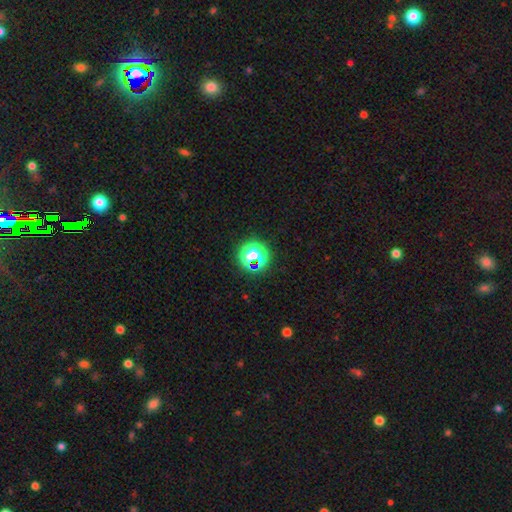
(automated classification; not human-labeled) A star or artifact, not a galaxy (53%).